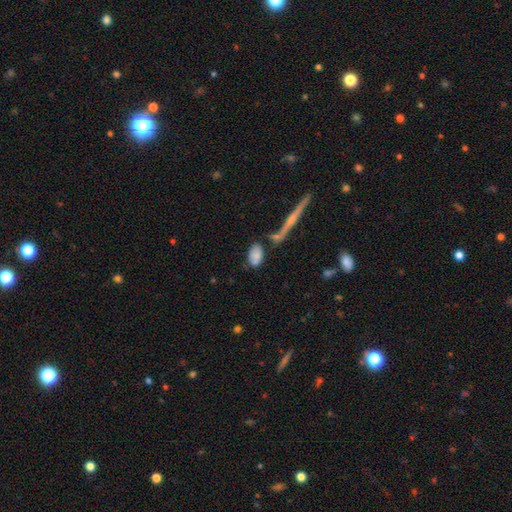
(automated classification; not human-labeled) This is clearly a smooth galaxy (80%). How rounded: clearly in between (91%). Merging: likely none (61%).